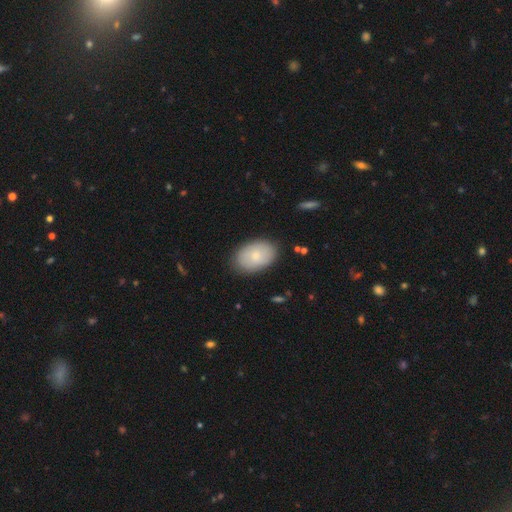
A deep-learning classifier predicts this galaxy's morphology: type=smooth (77%); roundness=in between (87%); merging=none (84%).